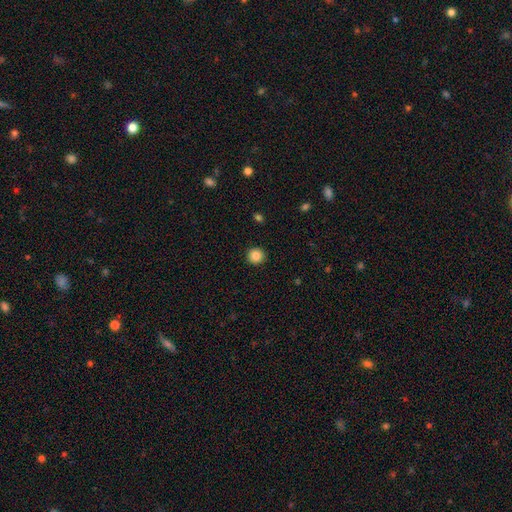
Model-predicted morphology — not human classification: A smooth galaxy with no disk features (85%) that is round (94%).

Vote fractions:
- Smooth or featured? smooth: 85% / star or artifact: 10% / featured or disk: 5%
- How rounded? round: 94% / in between: 5% / cigar-shaped: 1%
- Merging? none: 93% / minor disturbance: 5% / major disturbance: 2% / merger: 1%